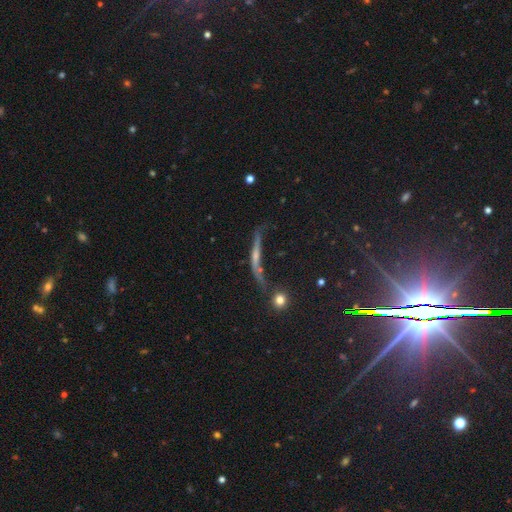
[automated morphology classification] A featured or disk galaxy (53%) viewed edge-on (76%).

Vote fractions:
- Smooth or featured? featured or disk: 53% / smooth: 28% / star or artifact: 18%
- Edge-on disk? yes: 76% / no: 24%
- Merging? none: 45% / minor disturbance: 24% / major disturbance: 22% / merger: 10%